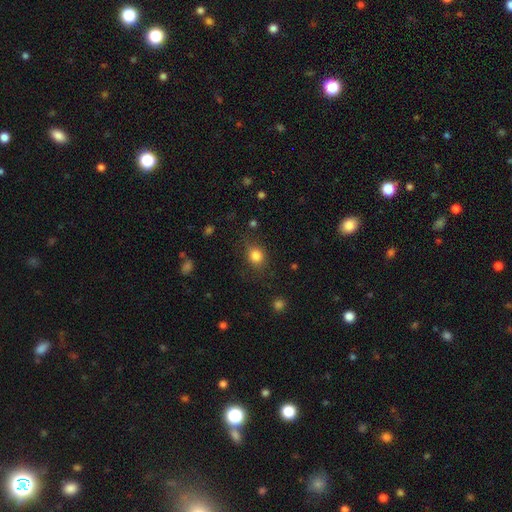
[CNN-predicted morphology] Smooth or featured? Predicted: smooth (p=0.83). How rounded? Predicted: round (p=0.65). Merging? Predicted: none (p=0.78).